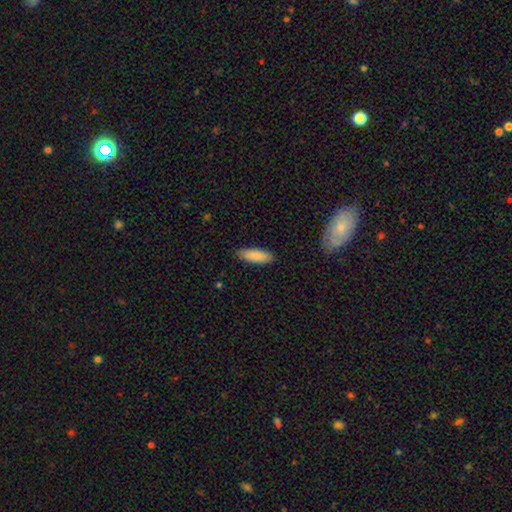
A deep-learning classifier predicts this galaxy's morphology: A smooth galaxy with no disk features (87%) that is in between round and cigar-shaped (56%). Merging: none (88%).